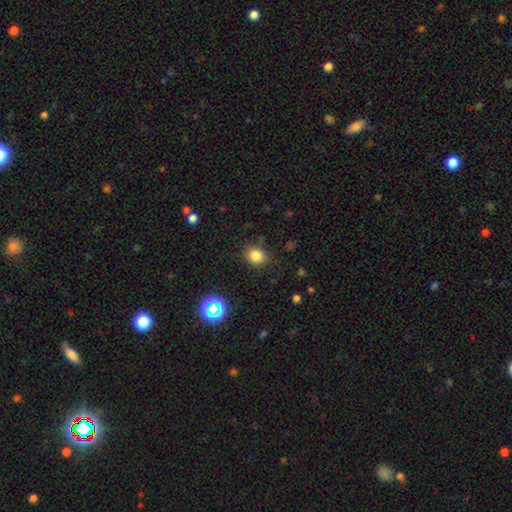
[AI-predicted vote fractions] Overall: smooth (81%). How rounded: round (75%). Merging: none (86%).